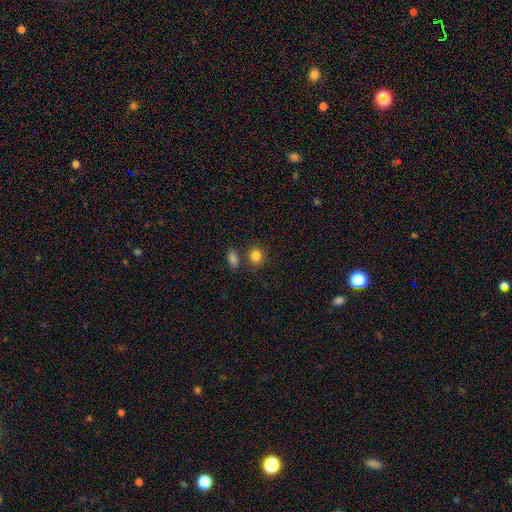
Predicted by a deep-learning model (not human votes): Smooth or featured?
  - smooth: 85% *
  - star or artifact: 10%
  - featured or disk: 5%
How rounded?
  - round: 70% *
  - in between: 29%
  - cigar-shaped: 1%
Merging?
  - none: 69% *
  - merger: 17%
  - minor disturbance: 11%
  - major disturbance: 4%